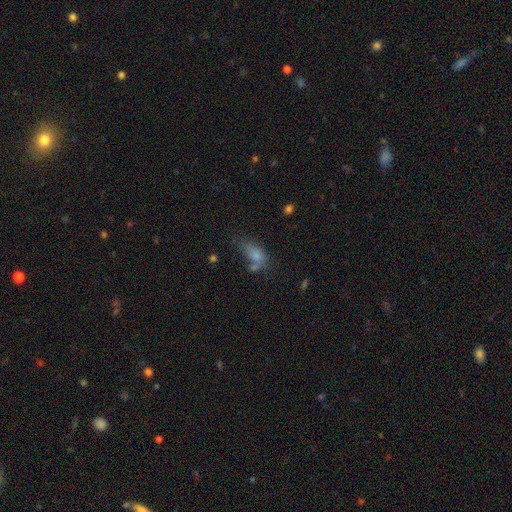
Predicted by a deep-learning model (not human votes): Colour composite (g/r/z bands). It shows a smooth galaxy with no disk features (74%) that is in between round and cigar-shaped (86%). Merging: none (33%).